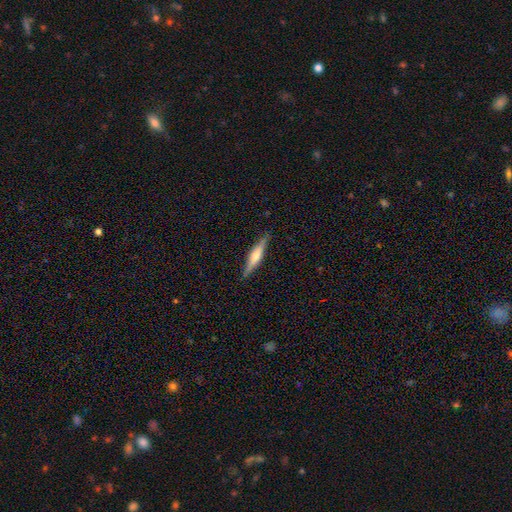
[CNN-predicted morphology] smooth-or-featured: featured or disk: 60% | smooth: 34% | star or artifact: 6%
  disk-edge-on: yes: 96% | no: 4%
    edge-on-bulge: rounded: 82% | boxy: 11% | none: 8%
  merging: none: 88% | minor disturbance: 9% | major disturbance: 2% | merger: 1%